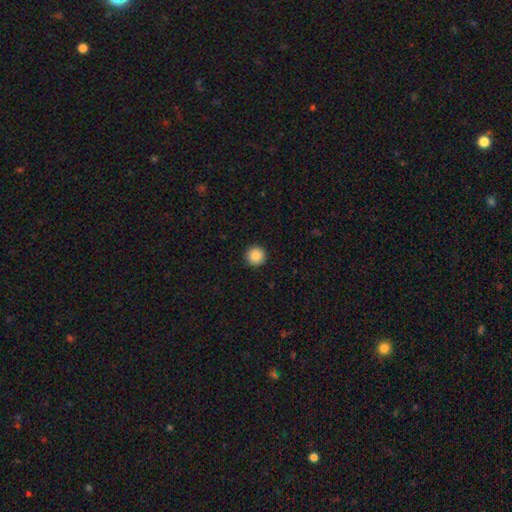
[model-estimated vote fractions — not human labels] This appears to be a smooth galaxy with no disk features (88%) that is round (96%). Merging: none (93%).